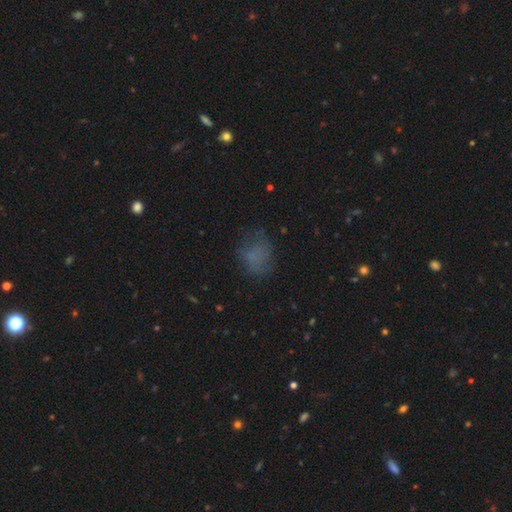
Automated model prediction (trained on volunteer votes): smooth_or_featured: smooth (p=0.63) [alt: featured or disk p=0.19]
how_rounded: in between (p=0.56) [alt: round p=0.43]
merging: none (p=0.55) [alt: minor disturbance p=0.24]